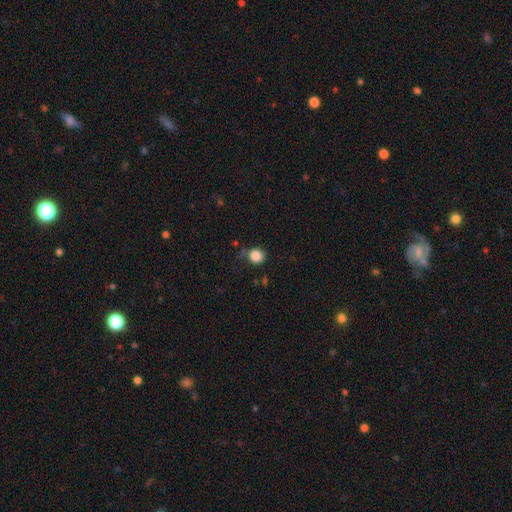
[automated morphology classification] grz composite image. It shows a smooth galaxy with no disk features (85%) that is round (85%). Merging: none (69%).